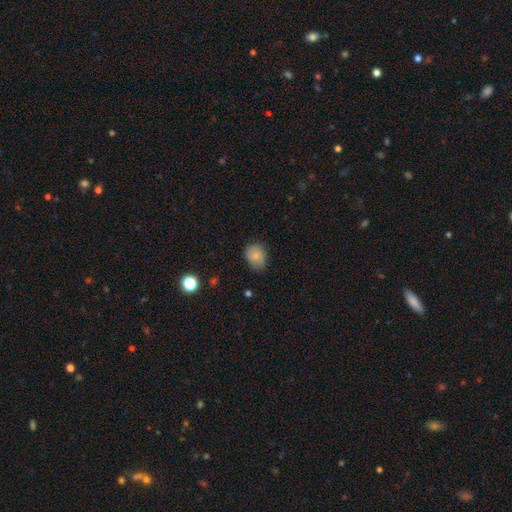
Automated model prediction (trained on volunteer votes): This appears to be a smooth galaxy with no disk features (79%) that is round (56%). Merging: none (68%).